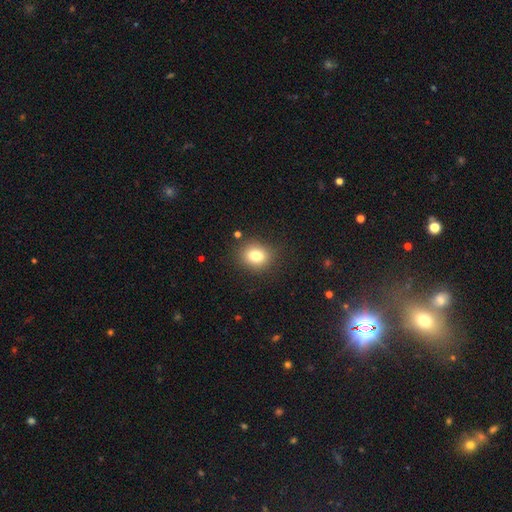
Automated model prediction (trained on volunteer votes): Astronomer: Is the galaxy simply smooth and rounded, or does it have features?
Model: smooth — 79%.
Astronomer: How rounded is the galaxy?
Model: round — 68%.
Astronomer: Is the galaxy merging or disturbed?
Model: none — 85%.